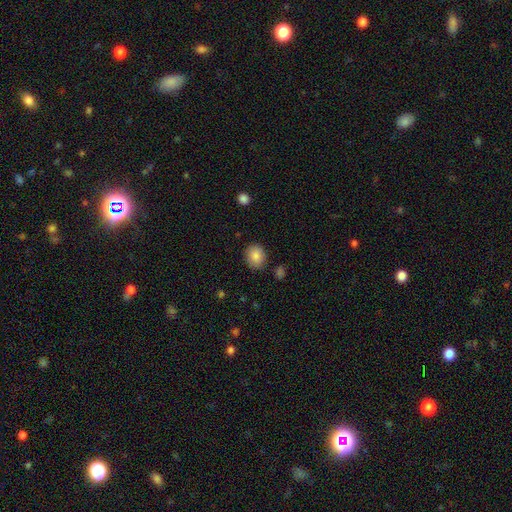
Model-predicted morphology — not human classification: This is clearly a smooth galaxy (86%). How rounded: likely round (69%). Merging: clearly none (84%).